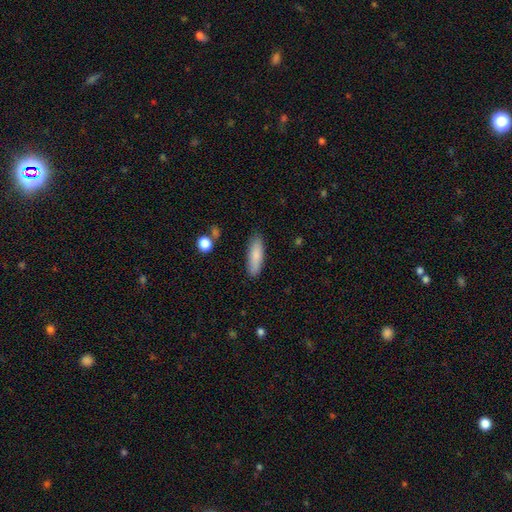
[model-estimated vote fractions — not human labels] smooth-or-featured: smooth: 84% | featured or disk: 10% | star or artifact: 6%
  how-rounded: cigar-shaped: 54% | in between: 44% | round: 2%
  merging: none: 86% | minor disturbance: 10% | major disturbance: 2% | merger: 2%